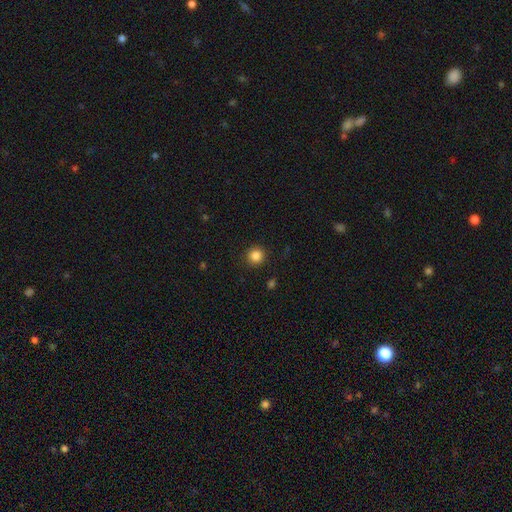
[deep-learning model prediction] The model was most divided on "smooth or featured": smooth: 86%, star or artifact: 11%, featured or disk: 3%. More confident: how rounded — round (94%); merging — none (91%).